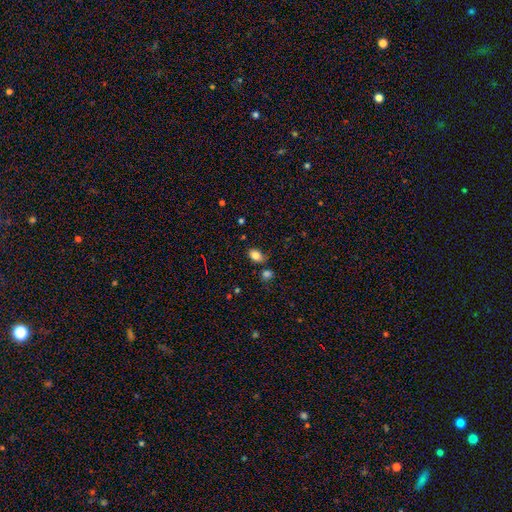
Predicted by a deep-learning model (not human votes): Smooth or featured: smooth — 82% (star or artifact — 10%)
How rounded: in between — 82% (round — 16%)
Merging: none — 71% (minor disturbance — 17%)